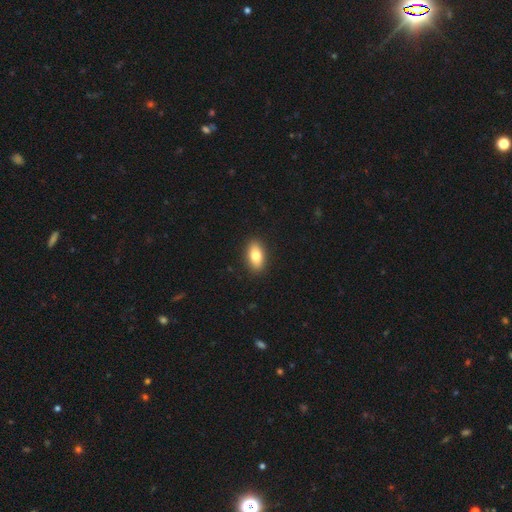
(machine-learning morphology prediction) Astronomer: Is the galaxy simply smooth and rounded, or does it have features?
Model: smooth — 79%.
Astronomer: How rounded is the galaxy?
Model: in between — 89%.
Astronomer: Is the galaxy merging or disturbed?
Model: none — 90%.